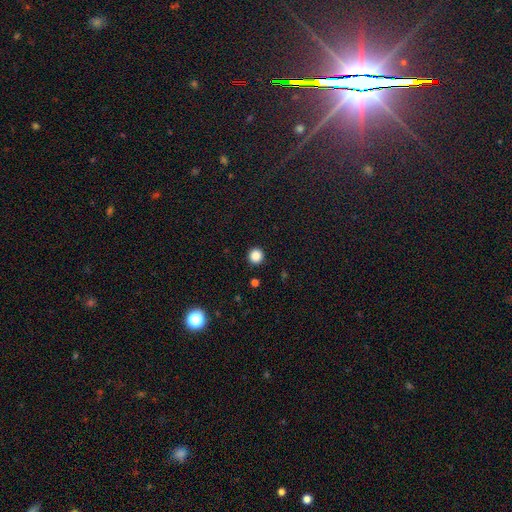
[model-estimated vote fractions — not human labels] A smooth galaxy with no disk features (86%) that is round (95%).

Vote fractions:
- Smooth or featured? smooth: 86% / star or artifact: 11% / featured or disk: 3%
- How rounded? round: 95% / in between: 4% / cigar-shaped: 1%
- Merging? none: 93% / minor disturbance: 4% / major disturbance: 2% / merger: 1%